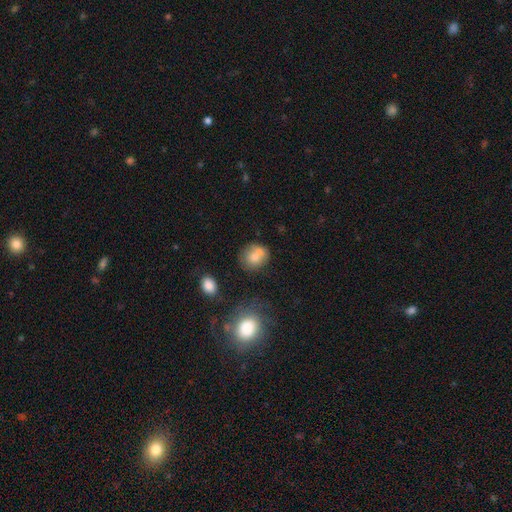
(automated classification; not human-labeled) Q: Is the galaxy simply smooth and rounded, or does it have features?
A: smooth — 70%.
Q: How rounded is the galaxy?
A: round — 72%.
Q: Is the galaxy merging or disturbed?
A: none — 43%.